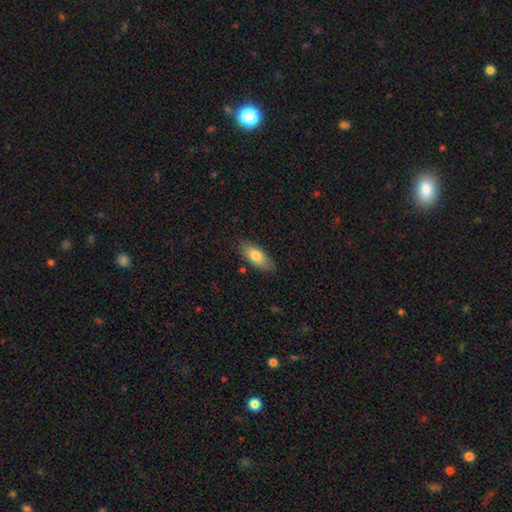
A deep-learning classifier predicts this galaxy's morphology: type=smooth (79%); roundness=in between (84%); merging=none (82%).